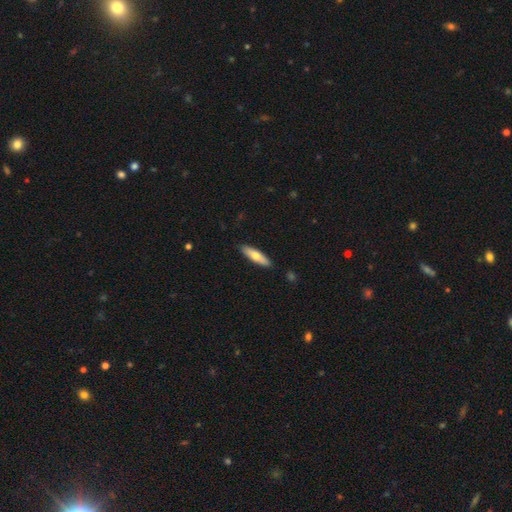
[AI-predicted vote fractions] Smooth or featured: smooth — 64% (featured or disk — 30%)
How rounded: cigar-shaped — 63% (in between — 35%)
Merging: none — 89% (minor disturbance — 8%)